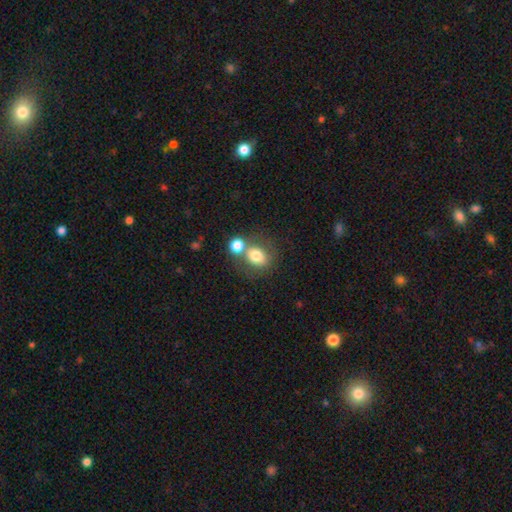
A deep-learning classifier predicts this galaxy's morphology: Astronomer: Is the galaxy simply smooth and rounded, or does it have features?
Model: smooth — 76%.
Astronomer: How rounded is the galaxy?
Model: round — 63%.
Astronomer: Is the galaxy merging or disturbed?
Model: none — 46% (runner-up: merger, 38%).